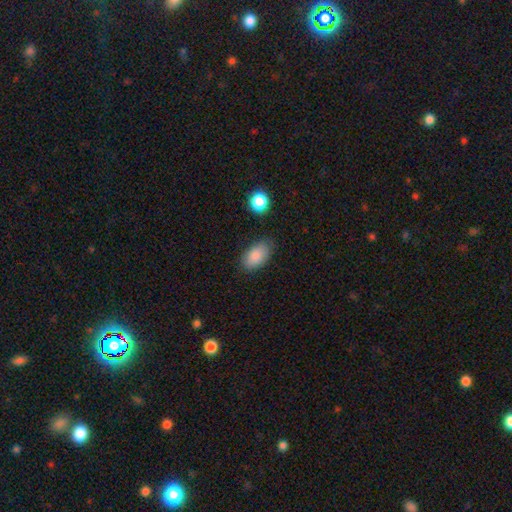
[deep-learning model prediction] smooth_or_featured: smooth (p=0.86) [alt: star or artifact p=0.08]
how_rounded: in between (p=0.93) [alt: round p=0.05]
merging: none (p=0.79) [alt: minor disturbance p=0.15]